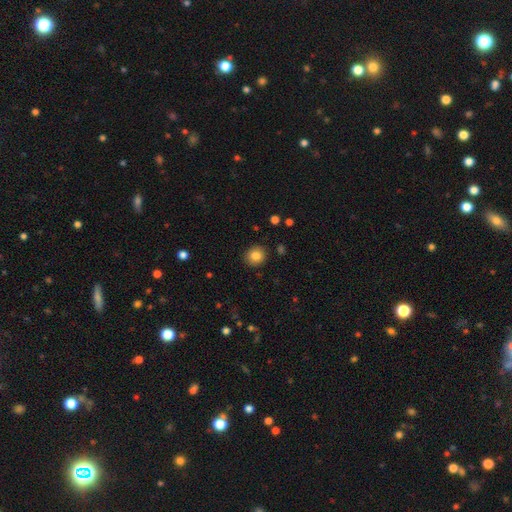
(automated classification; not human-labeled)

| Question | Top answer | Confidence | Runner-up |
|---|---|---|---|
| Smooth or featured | smooth | 85% | star or artifact (10%) |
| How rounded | round | 79% | in between (21%) |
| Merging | none | 89% | minor disturbance (7%) |